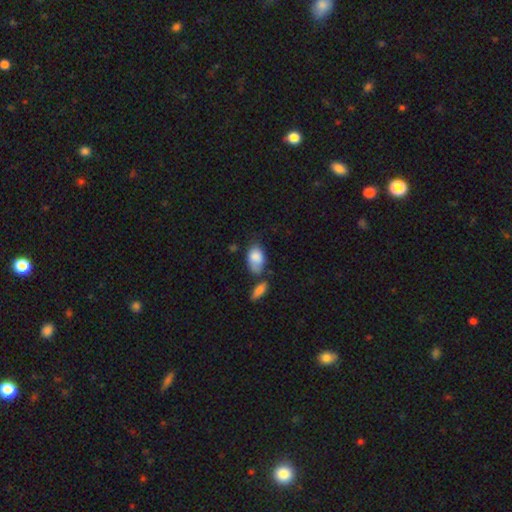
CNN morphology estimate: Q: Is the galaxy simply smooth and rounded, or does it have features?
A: smooth — 85%.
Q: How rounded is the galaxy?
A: in between — 90%.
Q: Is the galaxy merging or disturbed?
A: none — 41%.